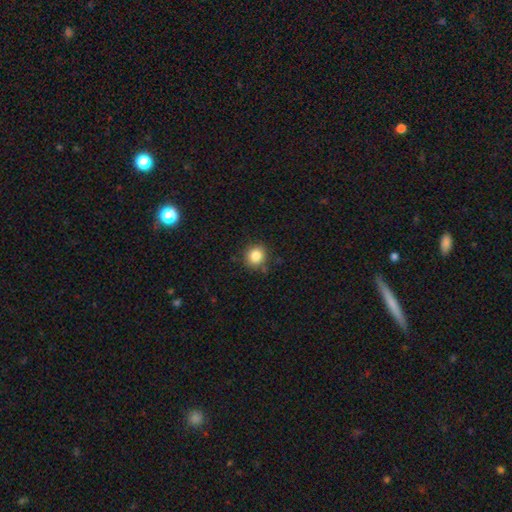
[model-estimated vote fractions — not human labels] smooth 85%, star or artifact 10%, featured or disk 5%. Down the decision tree: how rounded — round (86%); merging — none (85%).